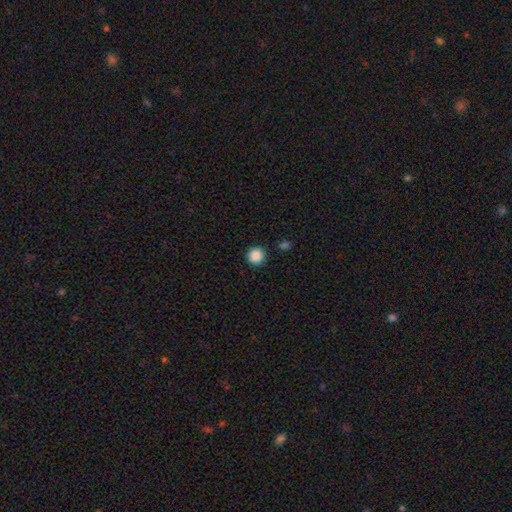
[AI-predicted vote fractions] Q: Smooth or featured?
A: smooth (88%); runner-up: star or artifact (9%)
Q: How rounded?
A: round (95%); runner-up: in between (4%)
Q: Merging?
A: none (91%); runner-up: minor disturbance (5%)